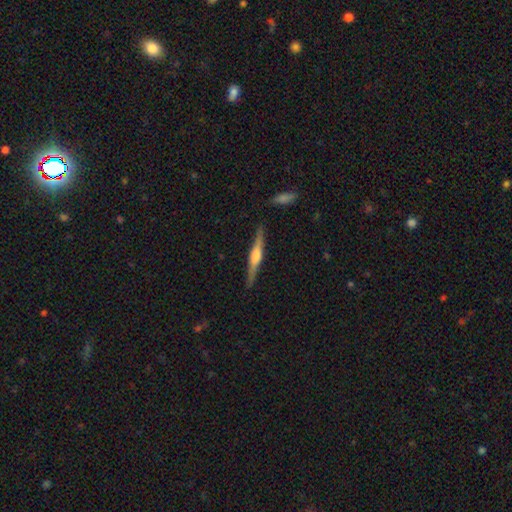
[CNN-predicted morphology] A featured or disk galaxy (72%) viewed edge-on (98%) with a rounded central bulge (74%).

Vote fractions:
- Smooth or featured? featured or disk: 72% / smooth: 23% / star or artifact: 5%
- Edge-on disk? yes: 98% / no: 2%
- Edge-on bulge? rounded: 74% / boxy: 20% / none: 6%
- Merging? none: 88% / minor disturbance: 9% / major disturbance: 2% / merger: 1%